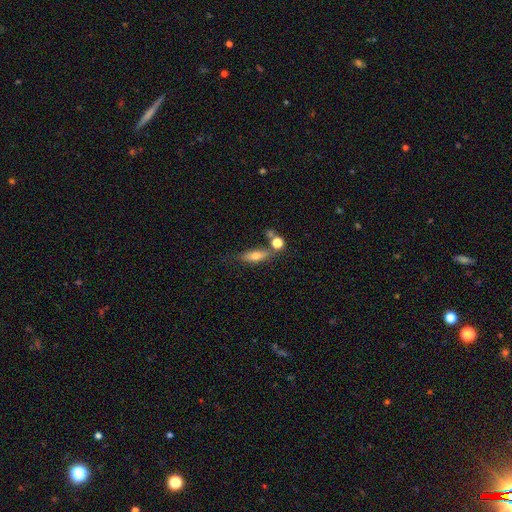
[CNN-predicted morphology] The model was most divided on "how rounded": in between: 60%, cigar-shaped: 33%, round: 6%. More confident: smooth or featured — smooth (67%); merging — none (56%).